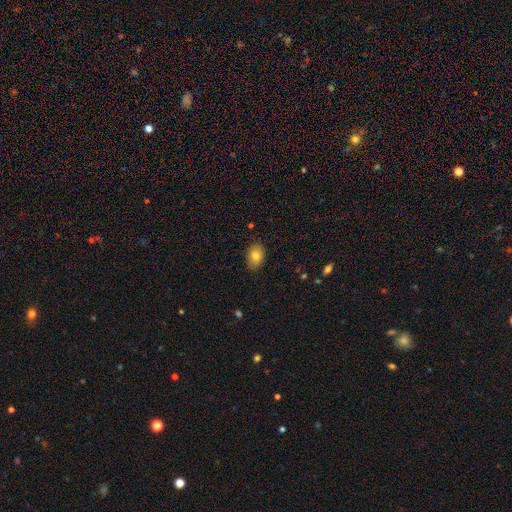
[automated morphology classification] Smooth or featured? smooth (81%)
How rounded? in between (81%)
Merging? none (86%)